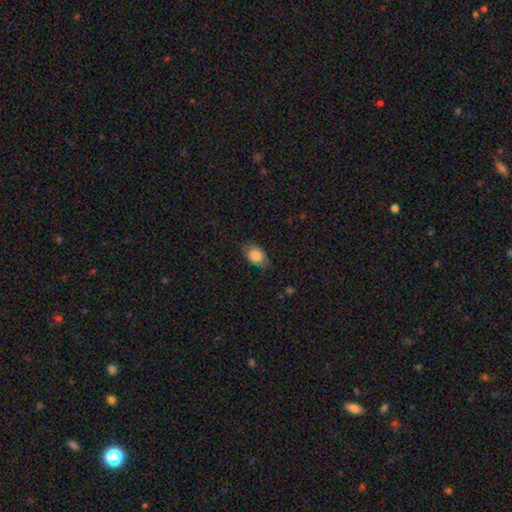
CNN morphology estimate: A smooth galaxy with no disk features (83%) that is in between round and cigar-shaped (85%).

Vote fractions:
- Smooth or featured? smooth: 83% / featured or disk: 9% / star or artifact: 8%
- How rounded? in between: 85% / round: 14% / cigar-shaped: 2%
- Merging? none: 74% / minor disturbance: 20% / major disturbance: 5% / merger: 1%